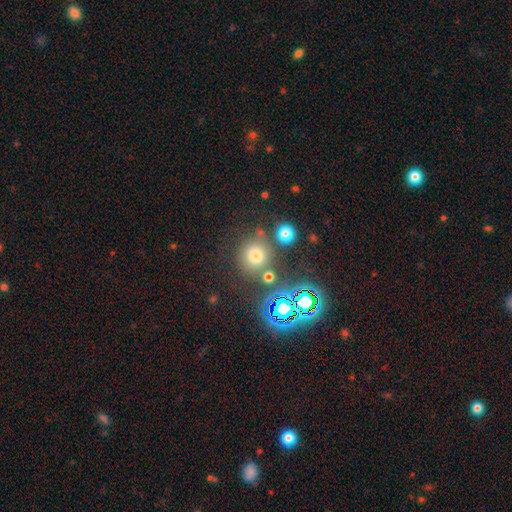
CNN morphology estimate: smooth_or_featured: smooth (p=0.68) [alt: star or artifact p=0.23]
how_rounded: round (p=0.87) [alt: in between p=0.12]
merging: none (p=0.69) [alt: merger p=0.14]